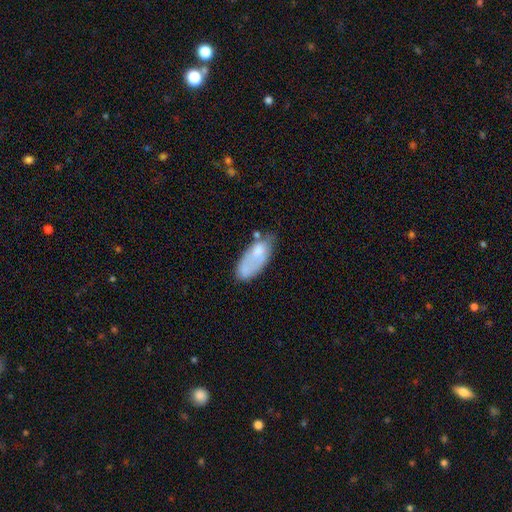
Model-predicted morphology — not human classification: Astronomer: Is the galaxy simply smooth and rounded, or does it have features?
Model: smooth — 60%.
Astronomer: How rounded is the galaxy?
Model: in between — 85%.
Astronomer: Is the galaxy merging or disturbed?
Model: none — 41% (runner-up: minor disturbance, 30%).